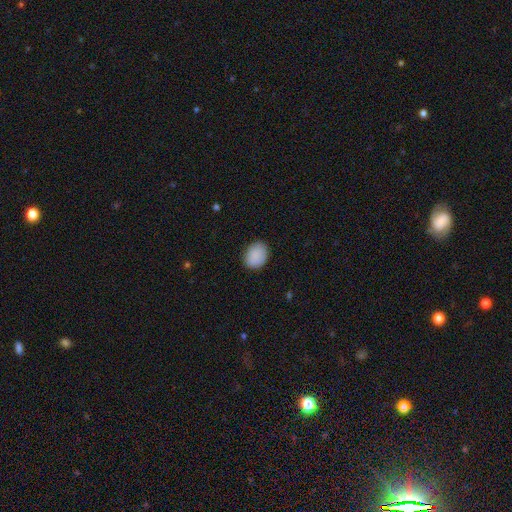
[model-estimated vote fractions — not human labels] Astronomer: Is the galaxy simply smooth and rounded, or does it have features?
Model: smooth — 89%.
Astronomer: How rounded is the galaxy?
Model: in between — 61% (runner-up: round, 38%).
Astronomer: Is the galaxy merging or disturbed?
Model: none — 86%.